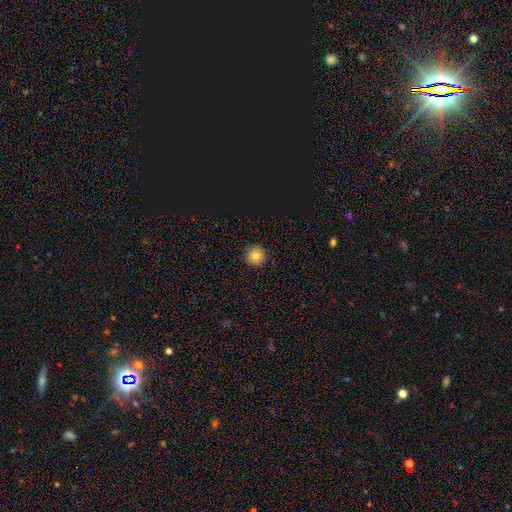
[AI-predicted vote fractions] This is likely a smooth galaxy (79%). How rounded: clearly round (95%). Merging: clearly none (91%).